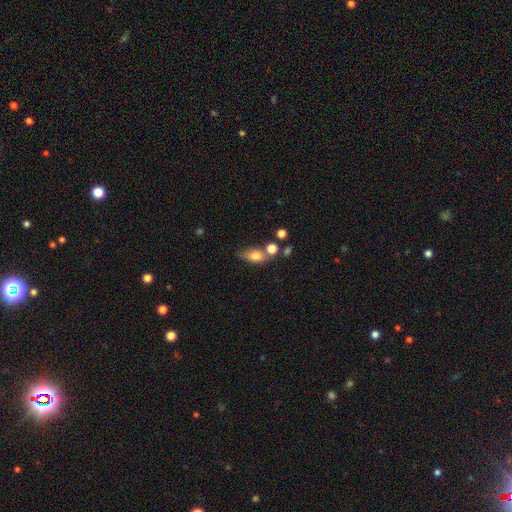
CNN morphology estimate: A smooth galaxy with no disk features (75%) that is in between round and cigar-shaped (76%). Merging: none (51%).